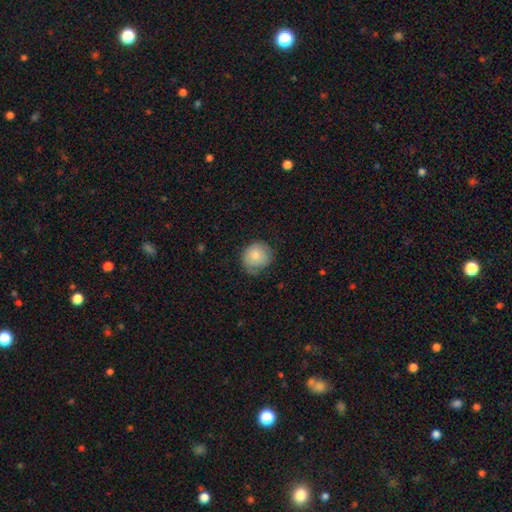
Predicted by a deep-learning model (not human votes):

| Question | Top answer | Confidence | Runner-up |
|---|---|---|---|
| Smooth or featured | smooth | 77% | featured or disk (16%) |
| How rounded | round | 85% | in between (14%) |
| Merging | none | 67% | minor disturbance (25%) |